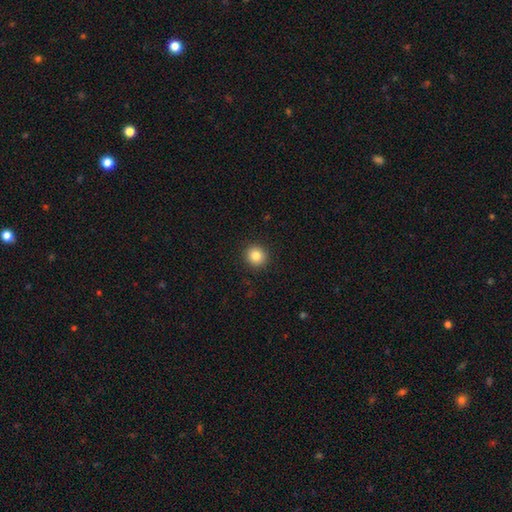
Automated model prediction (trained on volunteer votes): smooth-or-featured: smooth: 84% | star or artifact: 10% | featured or disk: 6%
  how-rounded: round: 92% | in between: 7% | cigar-shaped: 1%
  merging: none: 93% | minor disturbance: 5% | major disturbance: 2% | merger: 1%